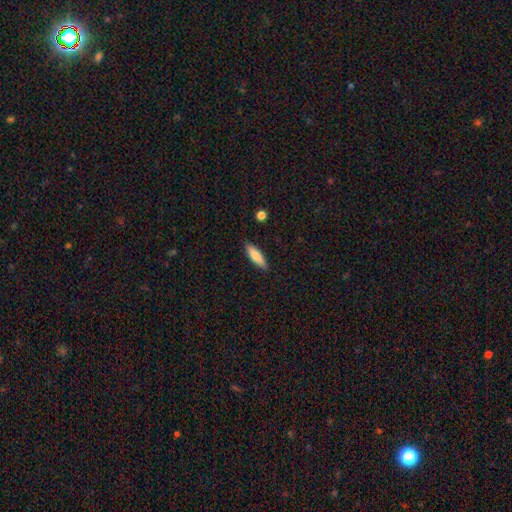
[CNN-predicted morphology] Smooth or featured? smooth (75%)
How rounded? cigar-shaped (58%)
Merging? none (88%)